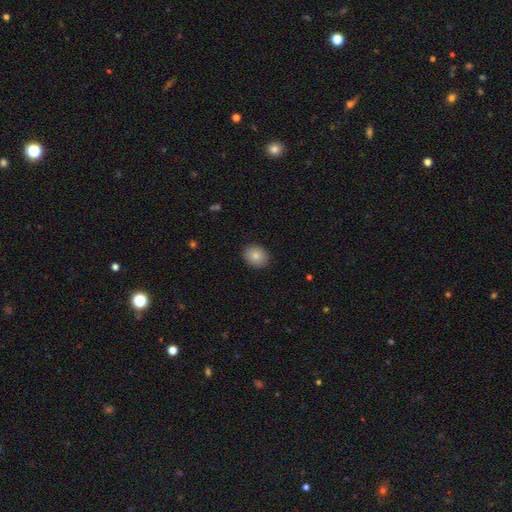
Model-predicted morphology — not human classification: Q: Smooth or featured?
A: smooth (84%); runner-up: star or artifact (9%)
Q: How rounded?
A: round (50%); runner-up: in between (49%)
Q: Merging?
A: none (89%); runner-up: minor disturbance (8%)